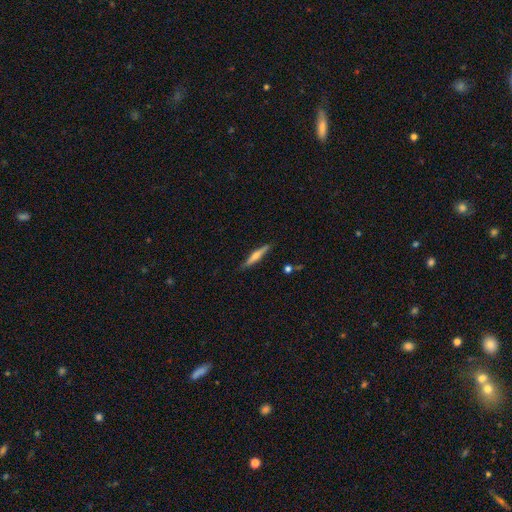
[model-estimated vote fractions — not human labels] This is possibly a featured or disk galaxy (55%). It is clearly viewed edge-on (96%). Edge-on bulge: likely rounded (79%). Merging: clearly none (88%).